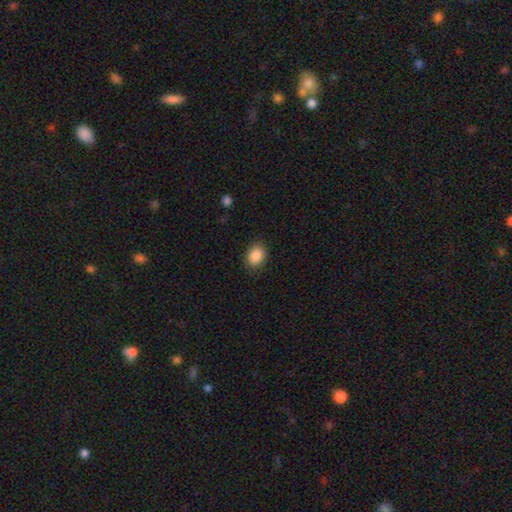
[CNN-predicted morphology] Smooth or featured? smooth (88%)
How rounded? in between (64%)
Merging? none (87%)